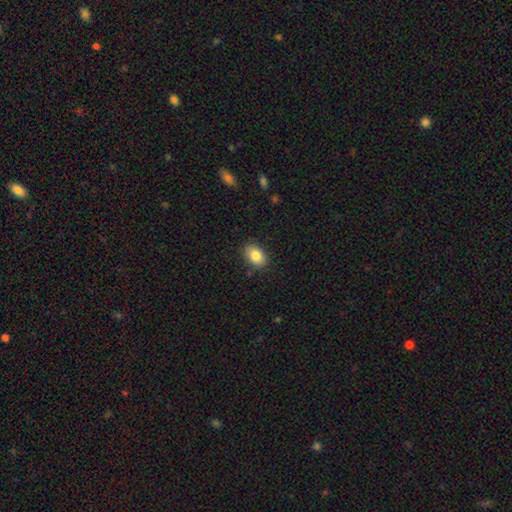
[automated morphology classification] Overall: smooth (85%). How rounded: in between (87%). Merging: none (85%).